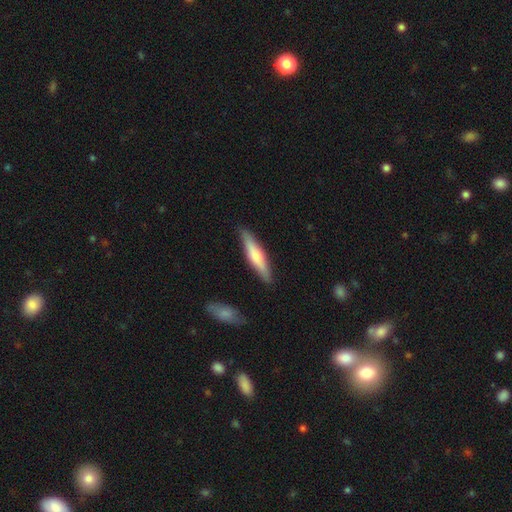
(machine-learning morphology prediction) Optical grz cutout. It shows a smooth galaxy with no disk features (55%) that is cigar-shaped (84%). Merging: none (87%).